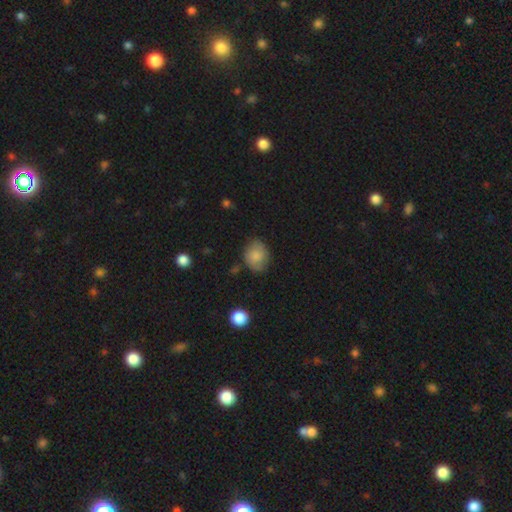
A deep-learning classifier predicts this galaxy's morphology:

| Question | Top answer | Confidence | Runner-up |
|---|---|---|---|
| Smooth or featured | smooth | 80% | featured or disk (12%) |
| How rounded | in between | 51% | round (48%) |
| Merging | none | 68% | minor disturbance (24%) |